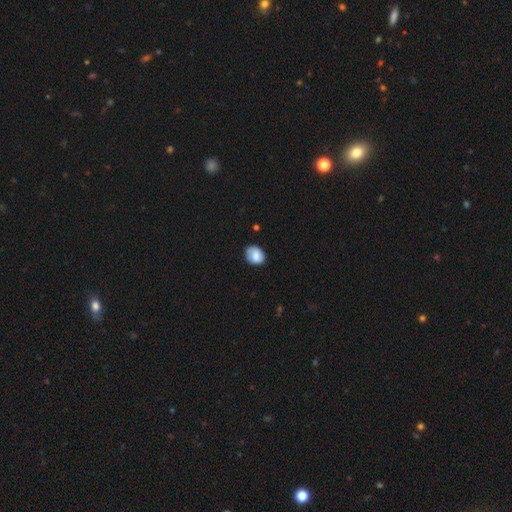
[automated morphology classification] Smooth or featured?
  - smooth: 74% *
  - featured or disk: 19%
  - star or artifact: 8%
How rounded?
  - round: 55% *
  - in between: 44%
  - cigar-shaped: 1%
Merging?
  - none: 71% *
  - minor disturbance: 23%
  - major disturbance: 5%
  - merger: 2%